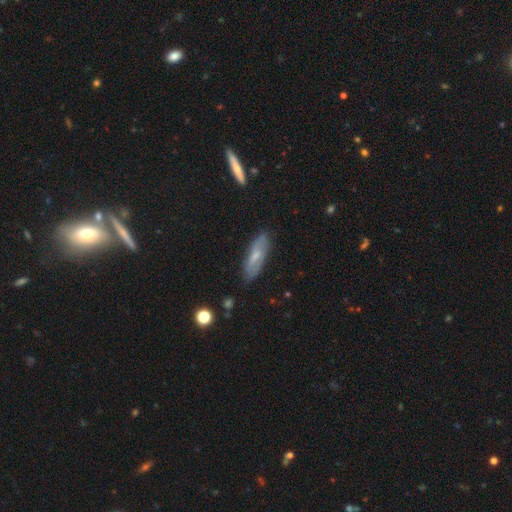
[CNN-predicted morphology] smooth_or_featured: smooth (p=0.48) [alt: featured or disk p=0.45]
merging: none (p=0.80) [alt: minor disturbance p=0.15]